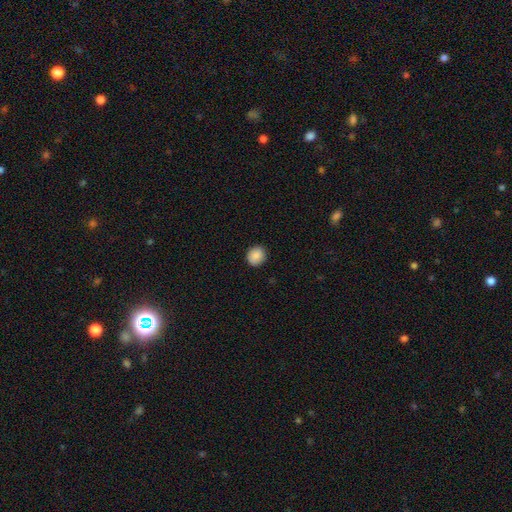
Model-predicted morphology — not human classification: Smooth or featured: smooth — 88% (star or artifact — 8%)
How rounded: round — 79% (in between — 20%)
Merging: none — 89% (minor disturbance — 8%)